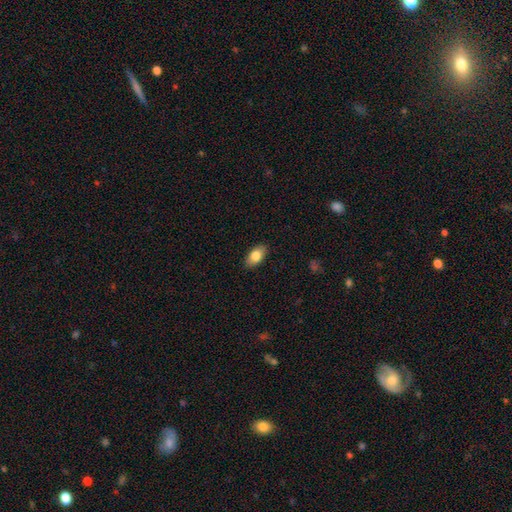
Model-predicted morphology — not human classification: Overall: smooth (83%). How rounded: in between (92%). Merging: none (88%).